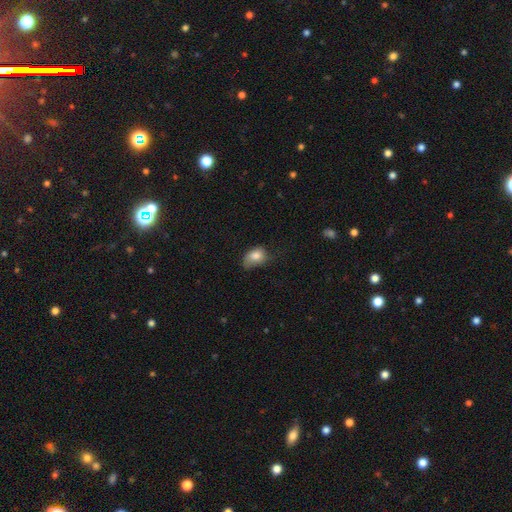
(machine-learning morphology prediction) A smooth galaxy with no disk features (80%) that is in between round and cigar-shaped (80%).

Vote fractions:
- Smooth or featured? smooth: 80% / featured or disk: 12% / star or artifact: 8%
- How rounded? in between: 80% / round: 19% / cigar-shaped: 1%
- Merging? minor disturbance: 41% / none: 37% / major disturbance: 20% / merger: 2%